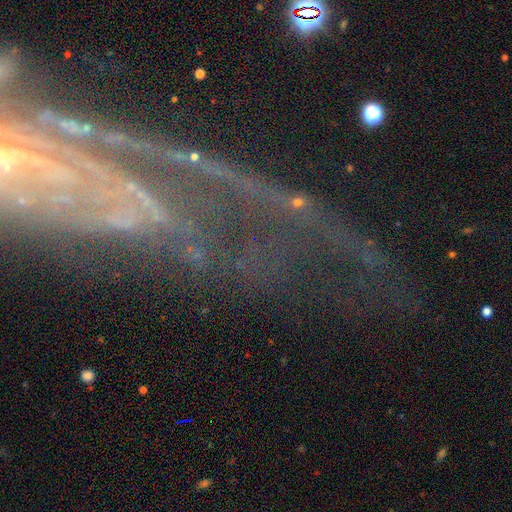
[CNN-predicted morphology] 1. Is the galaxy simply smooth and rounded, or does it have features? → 62% featured or disk, 26% star or artifact, 13% smooth.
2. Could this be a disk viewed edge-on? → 81% no, 19% yes.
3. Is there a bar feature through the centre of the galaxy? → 49% no, 28% weak, 24% strong.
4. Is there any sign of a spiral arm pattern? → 81% yes, 19% no.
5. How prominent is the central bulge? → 55% small, 25% moderate, 11% none, 6% large, 4% dominant.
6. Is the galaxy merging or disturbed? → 61% none, 17% major disturbance, 16% minor disturbance, 6% merger.